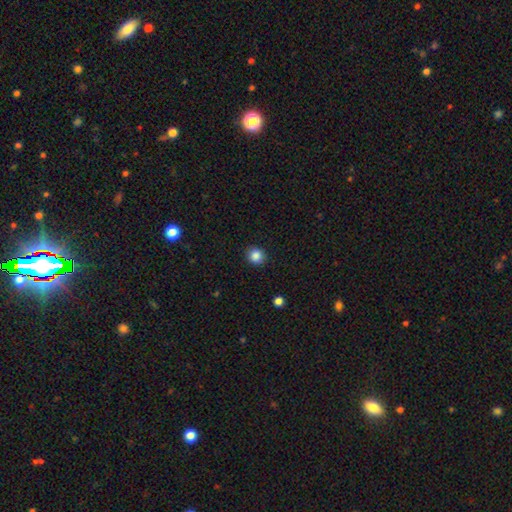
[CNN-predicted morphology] Overall: smooth (86%). How rounded: round (84%). Merging: none (90%).